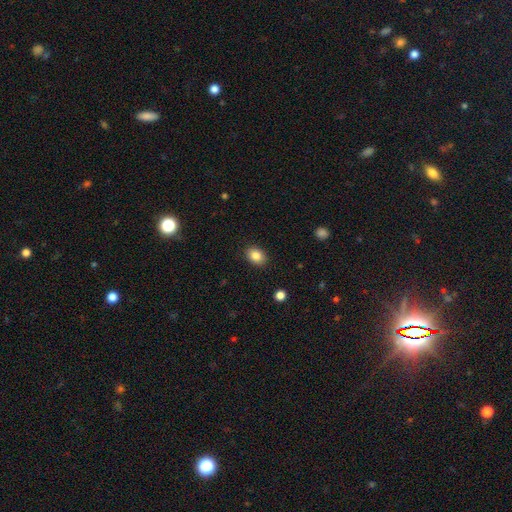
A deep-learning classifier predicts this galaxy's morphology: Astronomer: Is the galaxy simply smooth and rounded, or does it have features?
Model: smooth — 86%.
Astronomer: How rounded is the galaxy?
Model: in between — 68%.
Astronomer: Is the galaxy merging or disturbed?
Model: none — 89%.